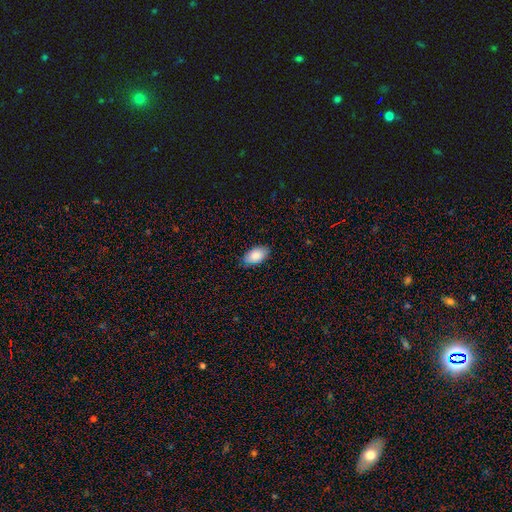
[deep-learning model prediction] A smooth galaxy with no disk features (87%) that is in between round and cigar-shaped (94%).

Vote fractions:
- Smooth or featured? smooth: 87% / featured or disk: 7% / star or artifact: 6%
- How rounded? in between: 94% / round: 3% / cigar-shaped: 2%
- Merging? none: 82% / minor disturbance: 14% / major disturbance: 2% / merger: 1%